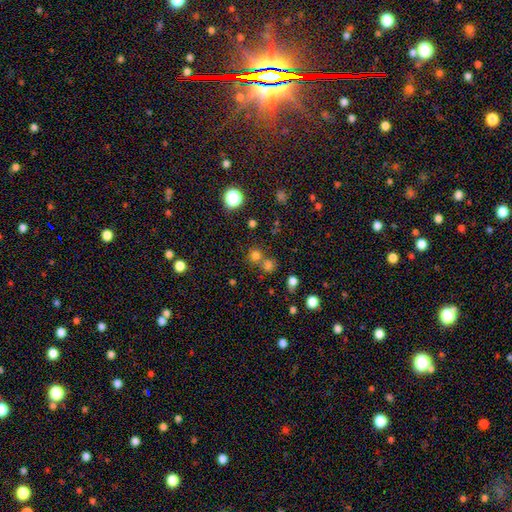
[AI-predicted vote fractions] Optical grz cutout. It shows a smooth galaxy with no disk features (69%) that is round (89%). Merging: none (60%).